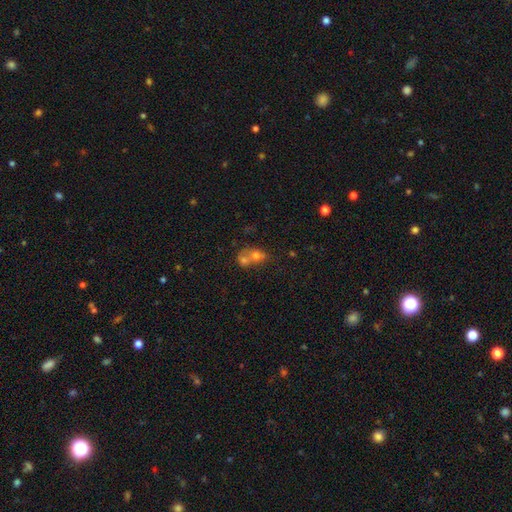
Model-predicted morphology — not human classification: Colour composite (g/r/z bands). It shows a smooth galaxy with no disk features (64%) that is round (59%). Merging: merger (71%).